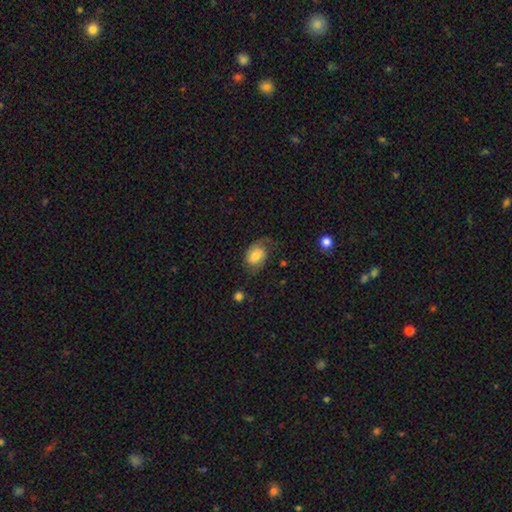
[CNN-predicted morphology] Smooth or featured? Predicted: smooth (p=0.55). How rounded? Predicted: in between (p=0.70). Merging? Predicted: none (p=0.50).